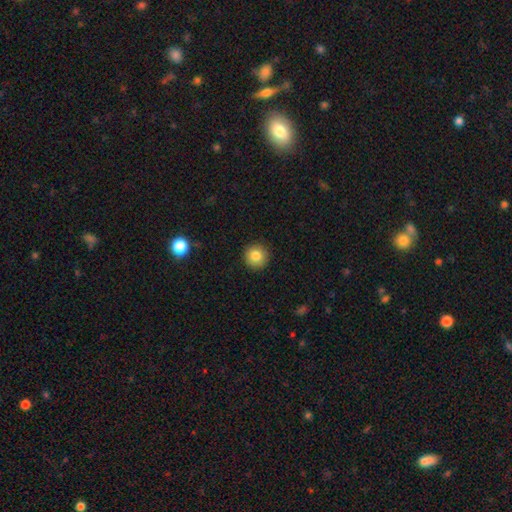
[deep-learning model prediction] This is clearly a smooth galaxy (84%). How rounded: clearly round (94%). Merging: clearly none (91%).